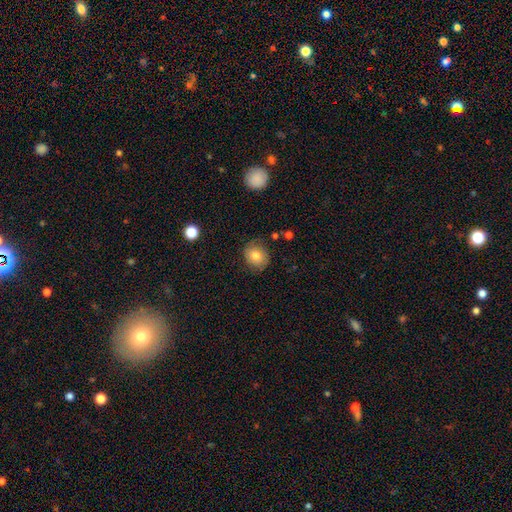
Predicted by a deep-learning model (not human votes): The model was most divided on "how rounded": round: 71%, in between: 28%, cigar-shaped: 1%. More confident: merging — none (74%); smooth or featured — smooth (72%).